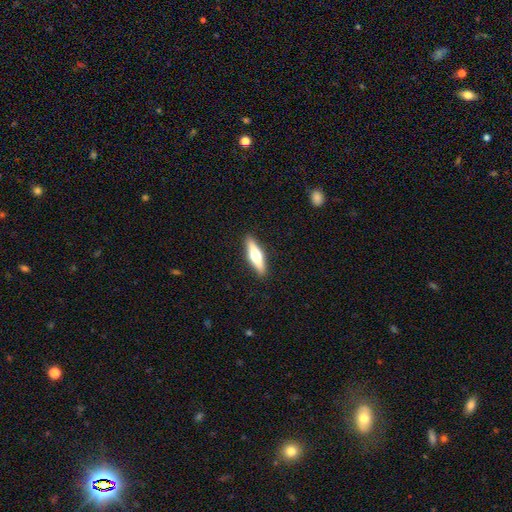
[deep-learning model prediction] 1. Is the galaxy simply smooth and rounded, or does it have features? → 52% featured or disk, 42% smooth, 6% star or artifact.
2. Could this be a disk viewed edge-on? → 94% yes, 6% no.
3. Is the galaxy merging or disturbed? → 90% none, 7% minor disturbance, 2% major disturbance, 1% merger.